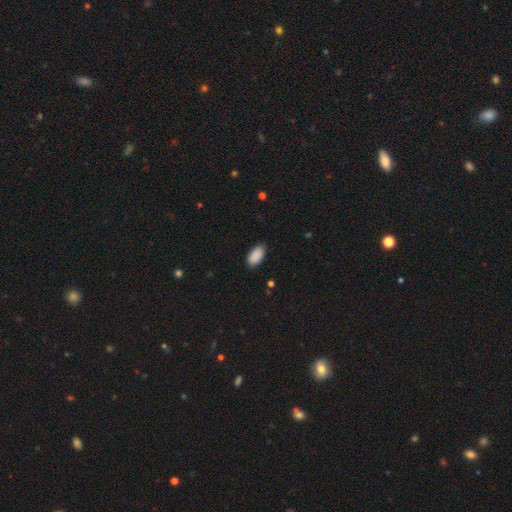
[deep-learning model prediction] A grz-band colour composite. It shows a smooth galaxy with no disk features (91%) that is in between round and cigar-shaped (95%). Merging: none (85%).